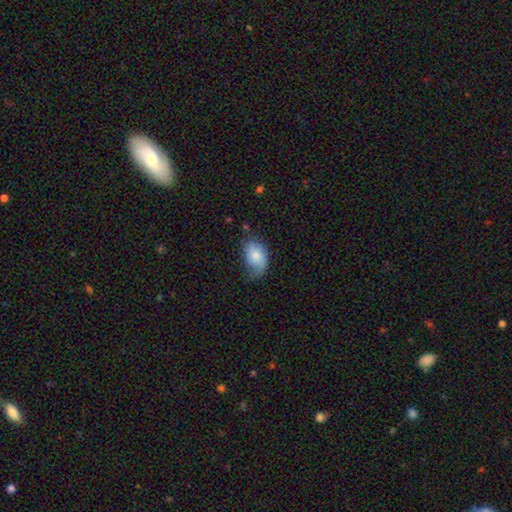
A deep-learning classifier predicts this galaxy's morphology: Smooth or featured? Predicted: smooth (p=0.67). How rounded? Predicted: in between (p=0.88). Merging? Predicted: none (p=0.42).